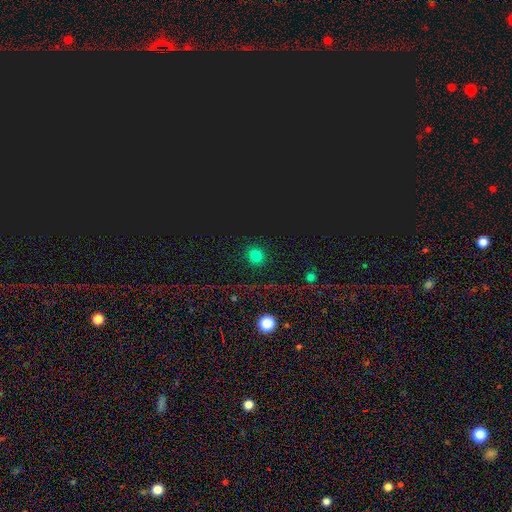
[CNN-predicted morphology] The model was most divided on "smooth or featured": smooth: 73%, star or artifact: 23%, featured or disk: 5%. More confident: merging — none (90%); how rounded — round (89%).